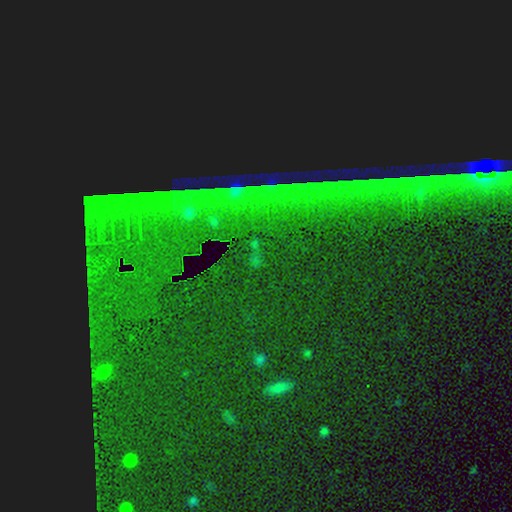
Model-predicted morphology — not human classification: Smooth or featured? Predicted: star or artifact (p=0.78).